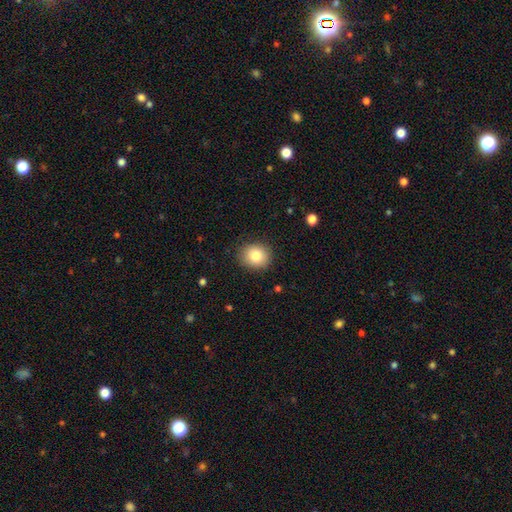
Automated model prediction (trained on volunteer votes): Smooth or featured: smooth — 83% (star or artifact — 9%)
How rounded: round — 74% (in between — 25%)
Merging: none — 88% (minor disturbance — 9%)